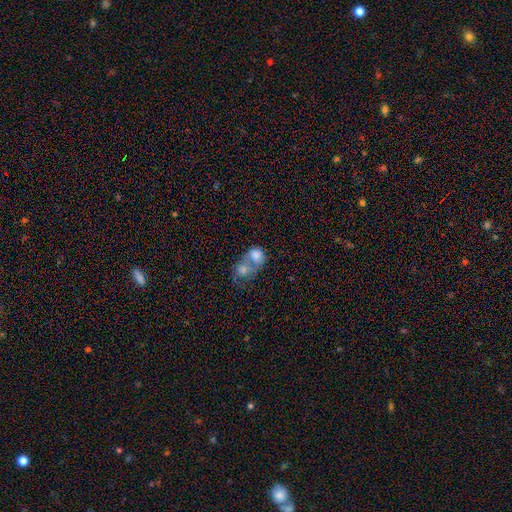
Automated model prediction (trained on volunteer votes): smooth_or_featured: smooth (p=0.70) [alt: featured or disk p=0.21]
how_rounded: in between (p=0.51) [alt: round p=0.48]
merging: merger (p=0.75) [alt: none p=0.12]